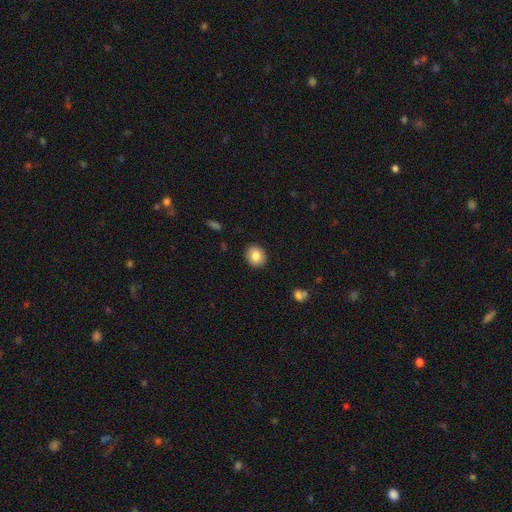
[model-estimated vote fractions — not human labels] A smooth galaxy with no disk features (84%) that is round (63%). Merging: none (90%).